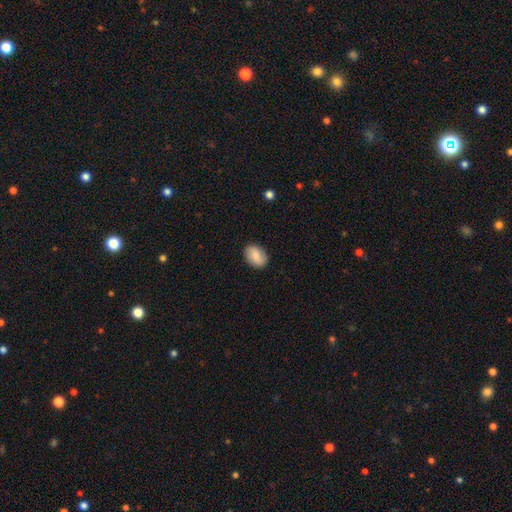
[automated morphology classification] smooth 84%, featured or disk 10%, star or artifact 7%. Down the decision tree: how rounded — in between (81%); merging — none (87%).